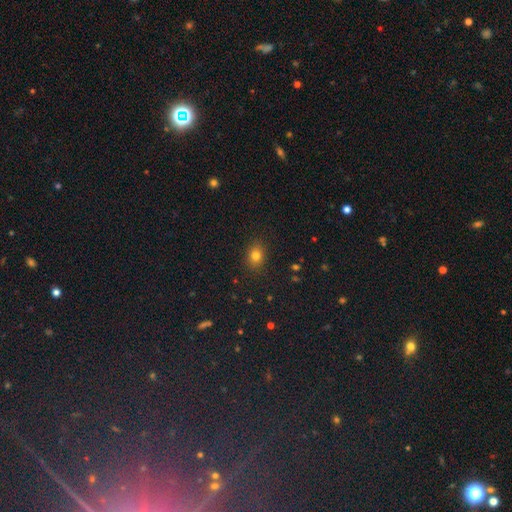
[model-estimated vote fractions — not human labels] Smooth or featured?
  - smooth: 80% *
  - star or artifact: 13%
  - featured or disk: 7%
How rounded?
  - in between: 50% *
  - round: 49%
  - cigar-shaped: 1%
Merging?
  - none: 88% *
  - minor disturbance: 9%
  - major disturbance: 2%
  - merger: 1%